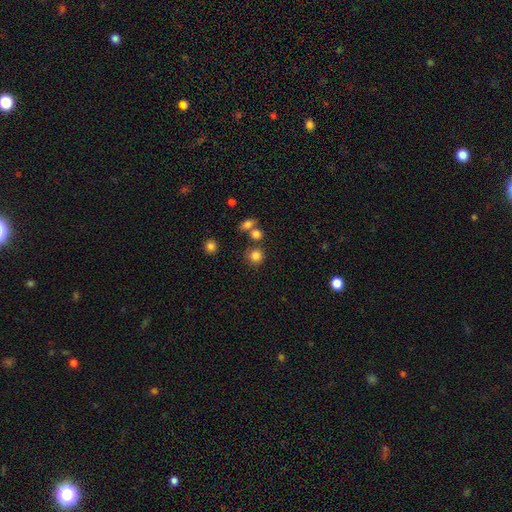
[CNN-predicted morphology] Smooth or featured? Predicted: smooth (p=0.82). How rounded? Predicted: round (p=0.89). Merging? Predicted: none (p=0.73).